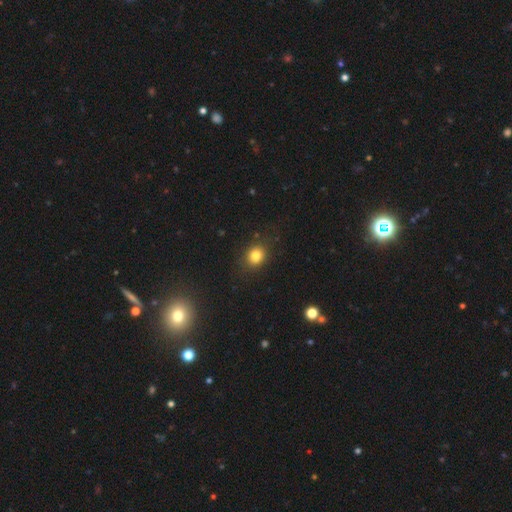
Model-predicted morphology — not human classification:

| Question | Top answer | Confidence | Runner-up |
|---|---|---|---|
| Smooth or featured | smooth | 81% | star or artifact (12%) |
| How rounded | round | 67% | in between (32%) |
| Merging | none | 83% | minor disturbance (11%) |